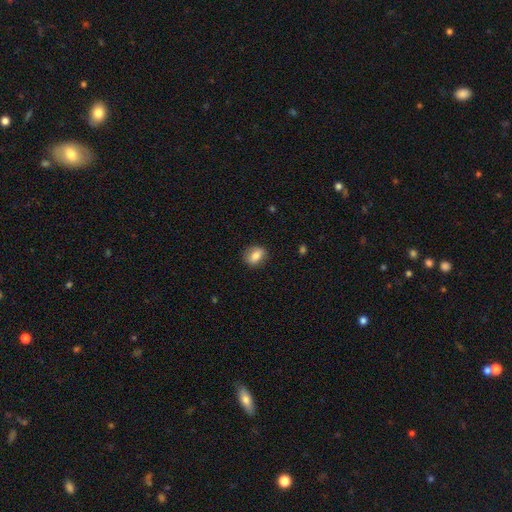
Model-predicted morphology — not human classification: type=smooth (78%); roundness=in between (62%); merging=none (84%).